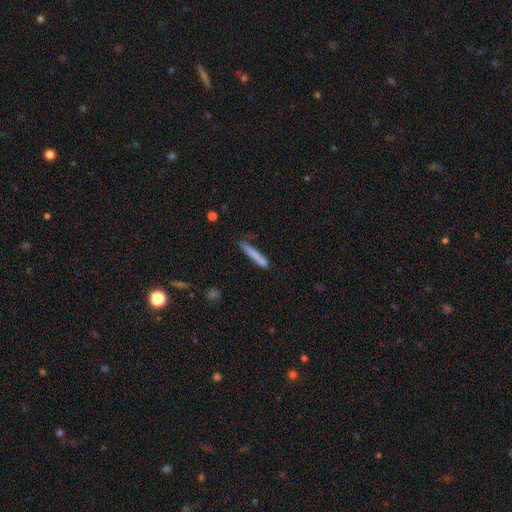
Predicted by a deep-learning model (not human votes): smooth 73%, featured or disk 20%, star or artifact 7%. Down the decision tree: how rounded — cigar-shaped (95%); merging — none (74%).